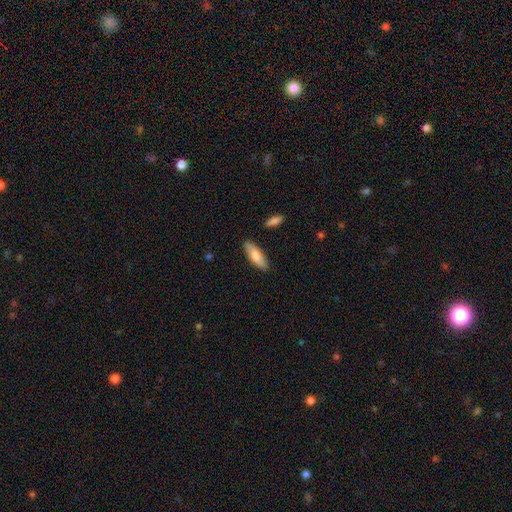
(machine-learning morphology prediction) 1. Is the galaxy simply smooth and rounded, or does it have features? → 78% smooth, 16% featured or disk, 6% star or artifact.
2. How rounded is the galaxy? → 56% in between, 42% cigar-shaped, 2% round.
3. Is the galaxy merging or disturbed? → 85% none, 11% minor disturbance, 2% merger, 2% major disturbance.